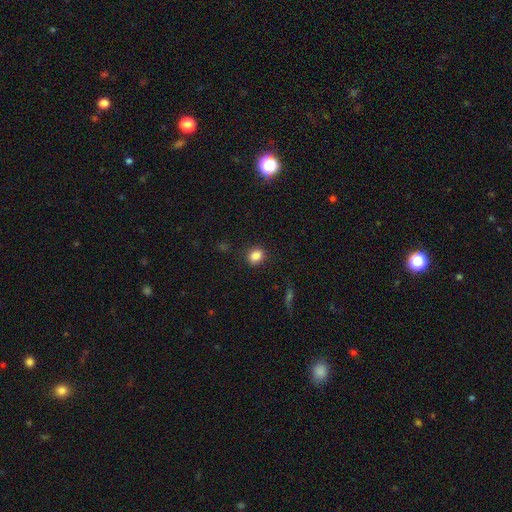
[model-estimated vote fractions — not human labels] smooth-or-featured: smooth: 85% | star or artifact: 10% | featured or disk: 5%
  how-rounded: round: 60% | in between: 39% | cigar-shaped: 1%
  merging: none: 86% | minor disturbance: 9% | major disturbance: 3% | merger: 1%